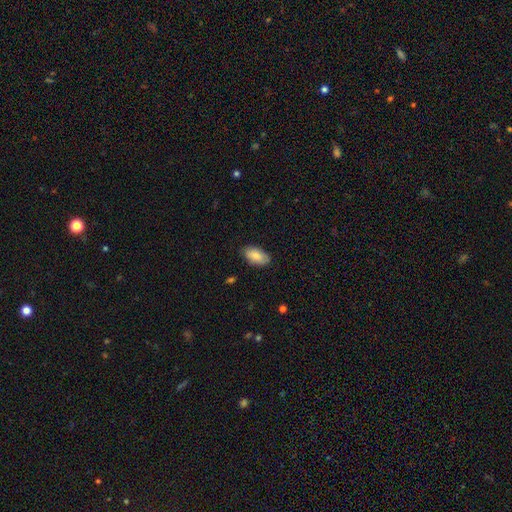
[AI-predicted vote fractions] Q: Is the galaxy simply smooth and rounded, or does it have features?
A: smooth — 85%.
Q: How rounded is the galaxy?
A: in between — 95%.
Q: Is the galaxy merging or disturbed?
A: none — 83%.